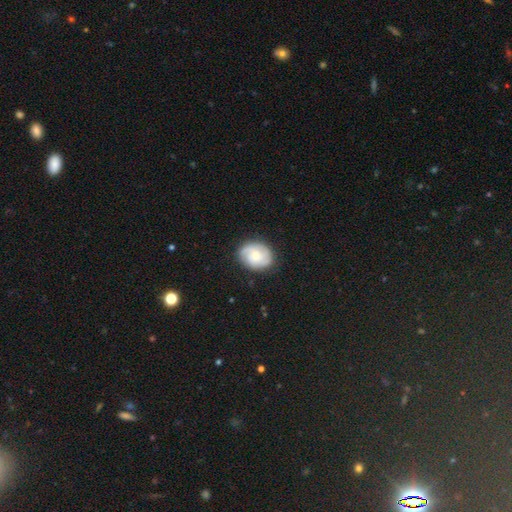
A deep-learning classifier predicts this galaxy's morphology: Q: Smooth or featured?
A: featured or disk (64%); runner-up: smooth (30%)
Q: Edge-on disk?
A: no (98%); runner-up: yes (2%)
Q: Bar?
A: no (70%); runner-up: weak (27%)
Q: Spiral arms?
A: yes (93%); runner-up: no (7%)
Q: Spiral winding?
A: tight (46%); runner-up: medium (40%)
Q: Spiral arm count?
A: 3 (36%); runner-up: 2 (32%)
Q: Bulge size?
A: moderate (49%); runner-up: small (40%)
Q: Merging?
A: none (81%); runner-up: minor disturbance (14%)